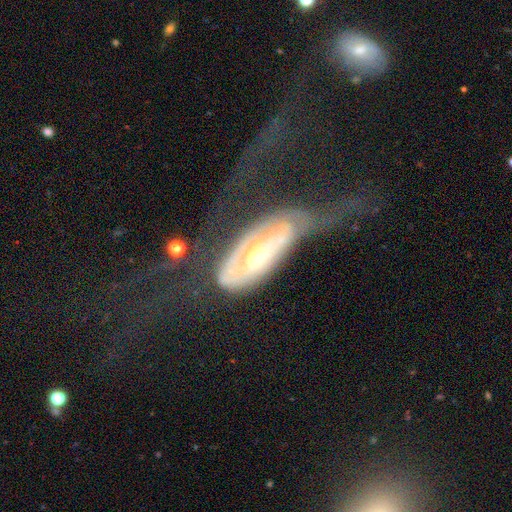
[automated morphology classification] Smooth or featured? Predicted: featured or disk (p=0.72). Edge-on disk? Predicted: no (p=0.84). Bar? Predicted: no (p=0.67). Spiral arms? Predicted: yes (p=0.57). Bulge size? Predicted: moderate (p=0.57). Merging? Predicted: major disturbance (p=0.60).